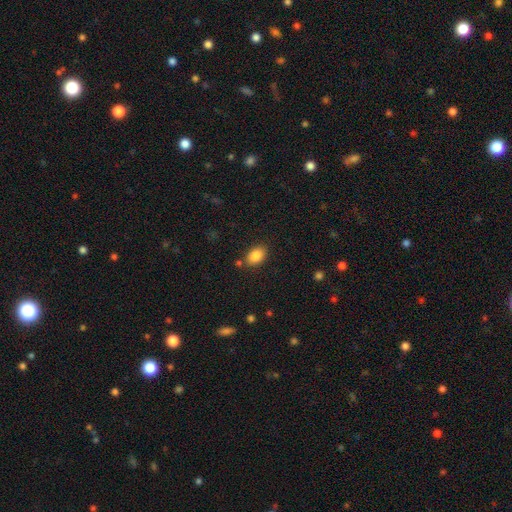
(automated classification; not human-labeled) The model was most divided on "how rounded": in between: 84%, round: 15%, cigar-shaped: 1%. More confident: smooth or featured — smooth (86%); merging — none (82%).